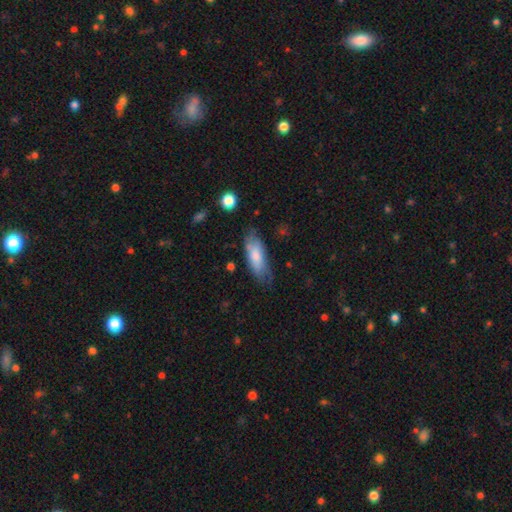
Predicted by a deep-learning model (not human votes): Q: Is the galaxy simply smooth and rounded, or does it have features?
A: smooth — 73%.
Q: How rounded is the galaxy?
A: in between — 72%.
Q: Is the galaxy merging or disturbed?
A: none — 60%.